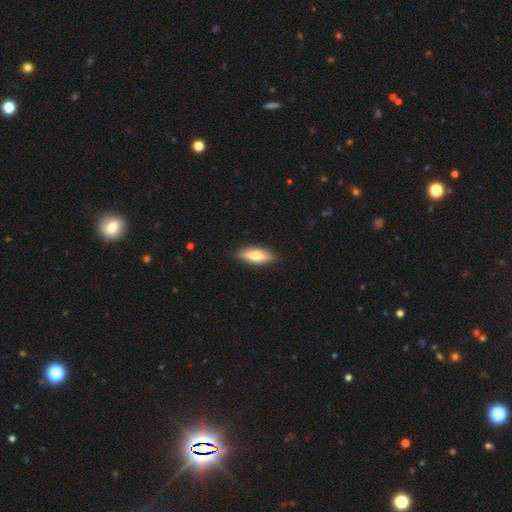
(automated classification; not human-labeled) Smooth or featured? smooth (60%)
How rounded? cigar-shaped (49%)
Merging? none (88%)